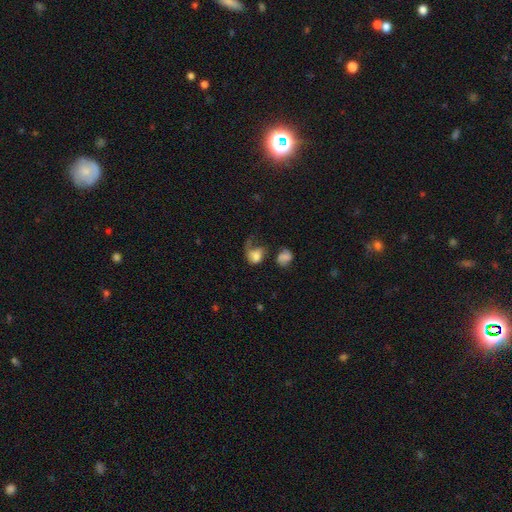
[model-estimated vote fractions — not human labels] Smooth or featured?
  - smooth: 62% *
  - featured or disk: 27%
  - star or artifact: 11%
How rounded?
  - in between: 50% *
  - round: 48%
  - cigar-shaped: 1%
Merging?
  - major disturbance: 48% *
  - none: 20%
  - minor disturbance: 17%
  - merger: 15%